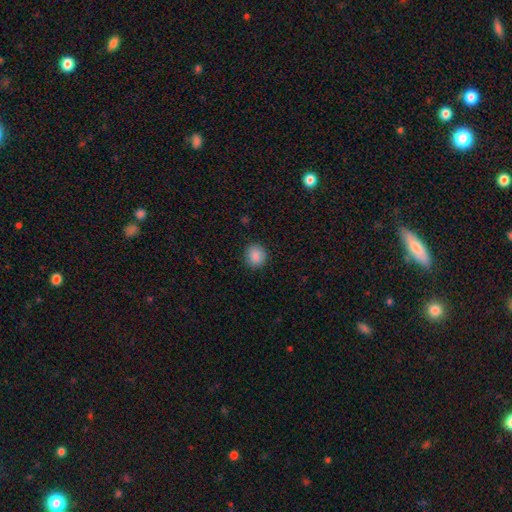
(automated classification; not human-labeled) This appears to be a smooth galaxy with no disk features (87%) that is round (80%). Merging: none (87%).